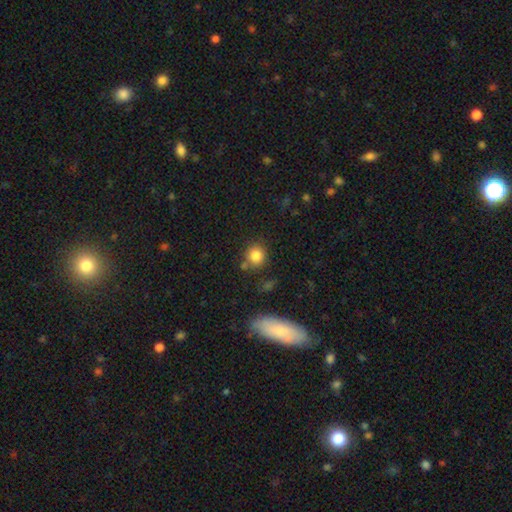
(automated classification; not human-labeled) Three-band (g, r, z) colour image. It shows a smooth galaxy with no disk features (83%) that is round (86%). Merging: none (75%).